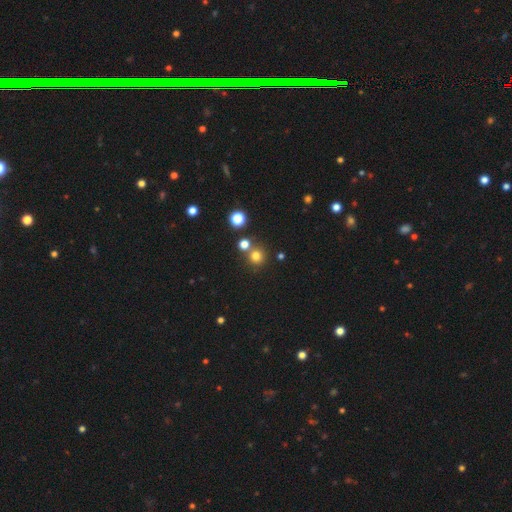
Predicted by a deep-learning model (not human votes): Morphology: type=smooth (75%); roundness=round (92%); merging=none (72%).